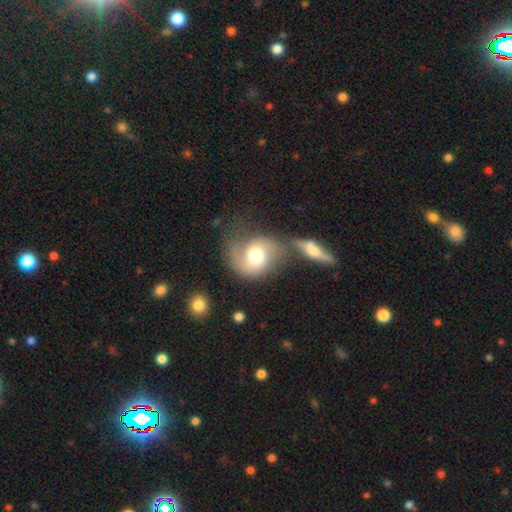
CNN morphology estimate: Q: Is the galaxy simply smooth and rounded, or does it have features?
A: featured or disk — 56%.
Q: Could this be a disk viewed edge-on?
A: no — 96%.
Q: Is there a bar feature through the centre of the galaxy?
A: no — 59%.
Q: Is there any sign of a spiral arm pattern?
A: yes — 81%.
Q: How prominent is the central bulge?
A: moderate — 58%.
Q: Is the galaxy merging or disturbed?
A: none — 38%.